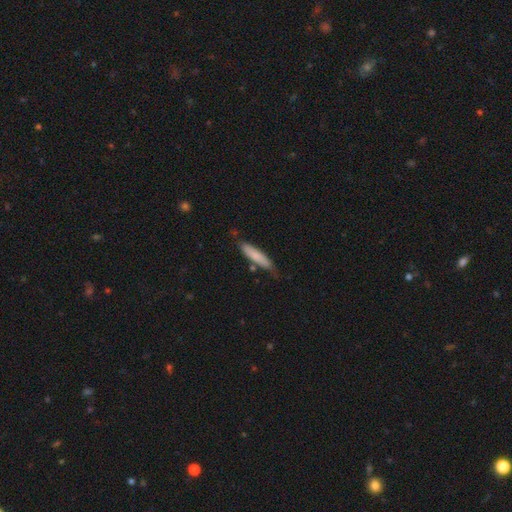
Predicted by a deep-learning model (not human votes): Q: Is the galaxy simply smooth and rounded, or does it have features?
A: smooth — 79%.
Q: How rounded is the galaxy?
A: cigar-shaped — 83%.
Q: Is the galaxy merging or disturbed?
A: none — 69%.